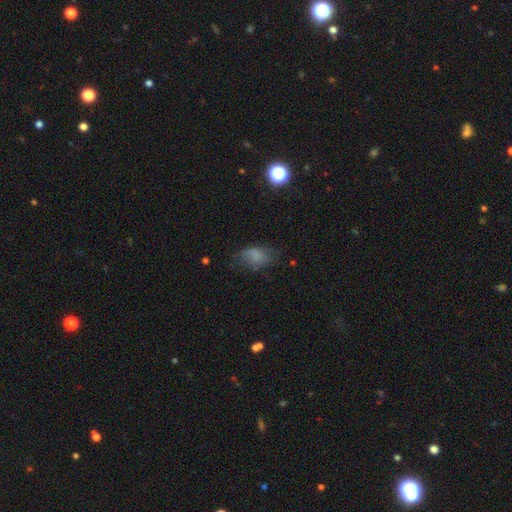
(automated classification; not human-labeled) The model was most divided on "merging": none: 53%, minor disturbance: 29%, major disturbance: 16%, merger: 2%. More confident: how rounded — in between (86%); smooth or featured — smooth (70%).